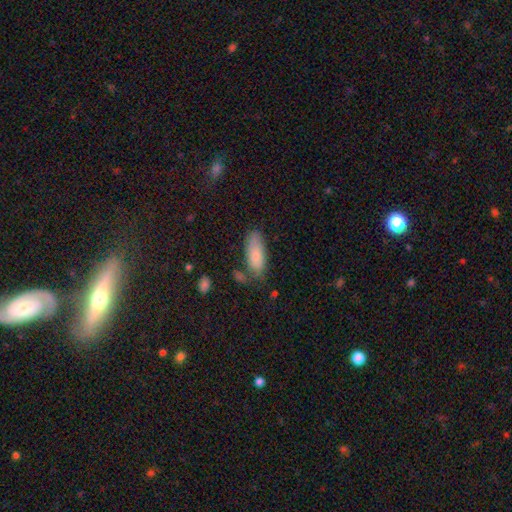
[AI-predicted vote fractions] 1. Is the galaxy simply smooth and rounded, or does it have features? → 83% smooth, 11% featured or disk, 6% star or artifact.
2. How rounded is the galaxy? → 80% in between, 18% cigar-shaped, 2% round.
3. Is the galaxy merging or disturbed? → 64% none, 23% minor disturbance, 7% merger, 6% major disturbance.